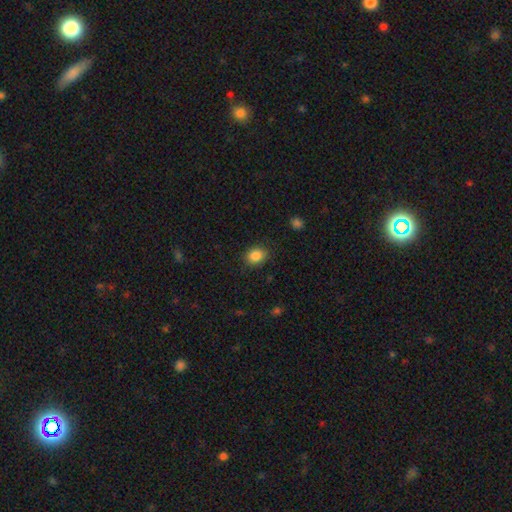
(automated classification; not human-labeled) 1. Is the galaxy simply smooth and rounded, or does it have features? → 86% smooth, 9% star or artifact, 4% featured or disk.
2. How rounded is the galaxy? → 54% in between, 45% round, 1% cigar-shaped.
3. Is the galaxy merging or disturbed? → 86% none, 10% minor disturbance, 3% major disturbance, 1% merger.